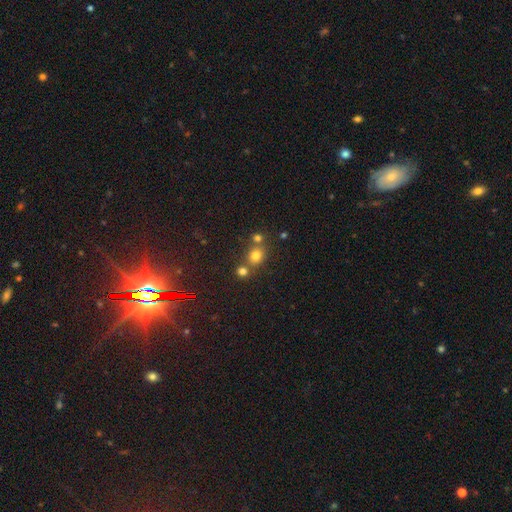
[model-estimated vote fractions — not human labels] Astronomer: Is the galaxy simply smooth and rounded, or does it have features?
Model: smooth — 75%.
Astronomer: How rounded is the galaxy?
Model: round — 73%.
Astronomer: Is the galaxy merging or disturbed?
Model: none — 60%.